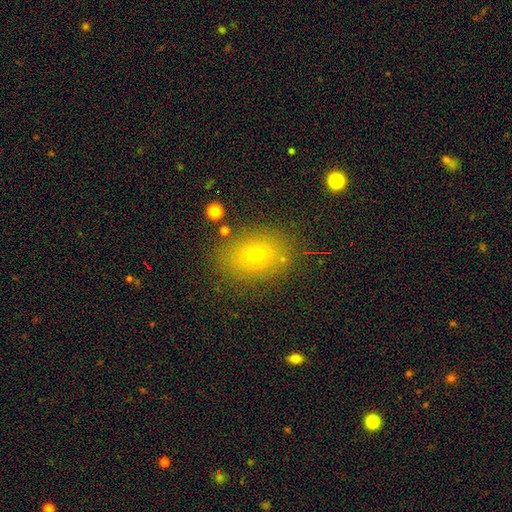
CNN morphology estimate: This appears to be a smooth galaxy with no disk features (67%) that is in between round and cigar-shaped (63%). Merging: none (83%).